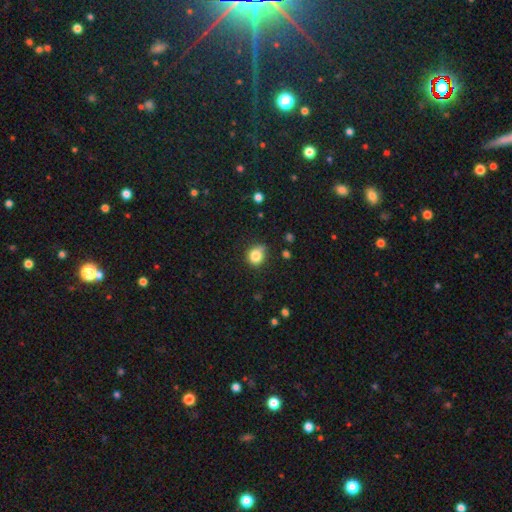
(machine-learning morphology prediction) Smooth or featured? smooth (83%)
How rounded? round (71%)
Merging? none (66%)